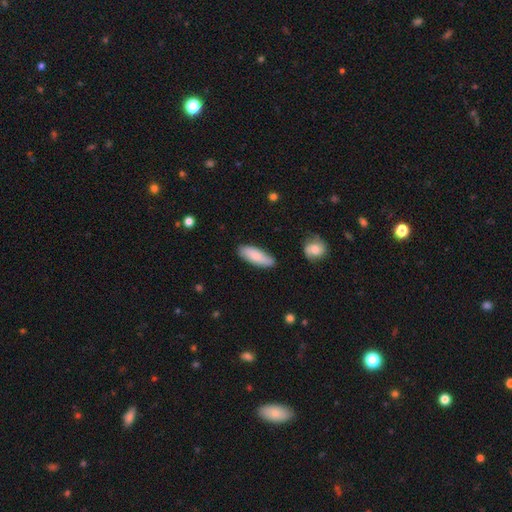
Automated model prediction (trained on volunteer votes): A smooth galaxy with no disk features (80%) that is in between round and cigar-shaped (61%).

Vote fractions:
- Smooth or featured? smooth: 80% / featured or disk: 14% / star or artifact: 6%
- How rounded? in between: 61% / cigar-shaped: 37% / round: 2%
- Merging? none: 83% / minor disturbance: 13% / major disturbance: 2% / merger: 2%